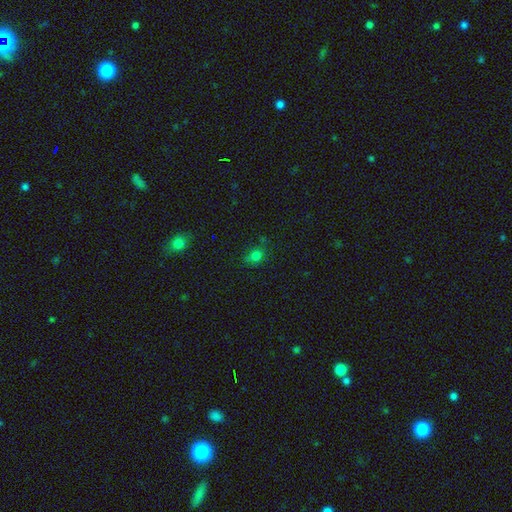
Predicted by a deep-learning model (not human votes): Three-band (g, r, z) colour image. It shows a smooth galaxy with no disk features (74%) that is round (62%). Merging: none (71%).